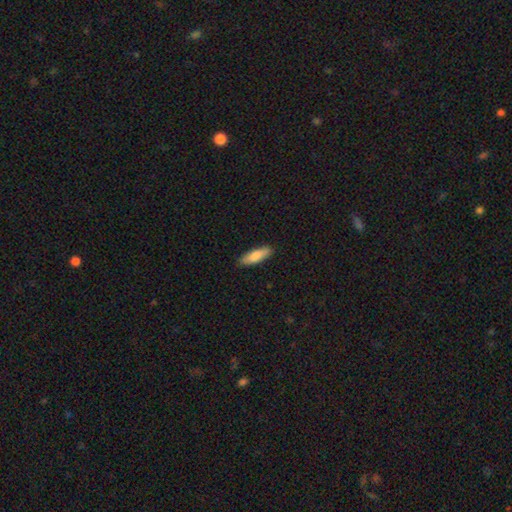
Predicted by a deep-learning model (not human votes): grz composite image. It shows a smooth galaxy with no disk features (81%) that is cigar-shaped (50%). Merging: none (89%).